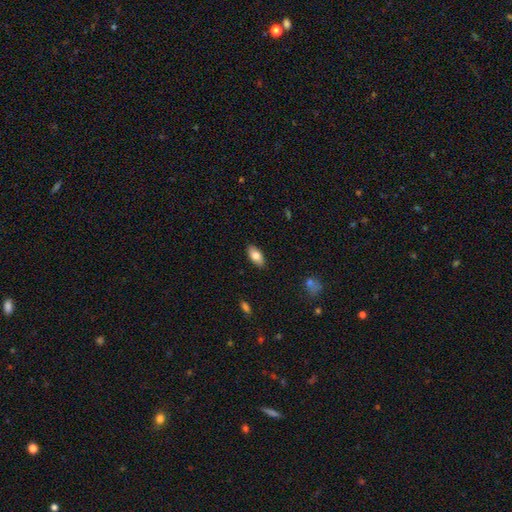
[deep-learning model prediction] This appears to be a smooth galaxy with no disk features (80%) that is in between round and cigar-shaped (92%). Merging: none (88%).